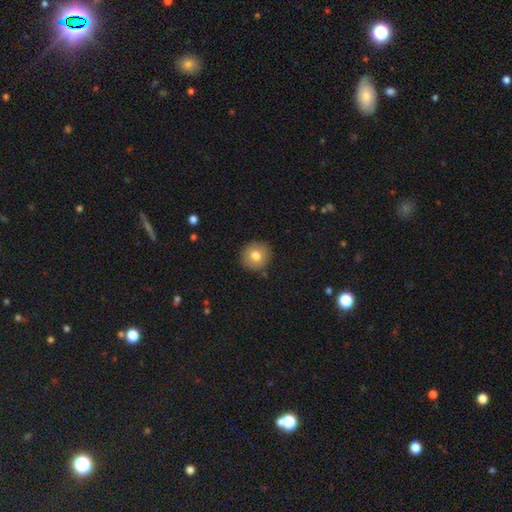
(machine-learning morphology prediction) smooth 77%, featured or disk 14%, star or artifact 9%. Down the decision tree: how rounded — round (90%); merging — none (89%).